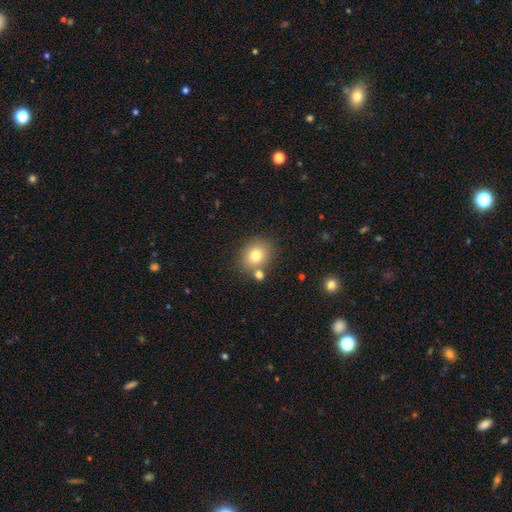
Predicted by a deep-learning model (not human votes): Overall: smooth (77%). How rounded: round (65%; in between 34%). Merging: none (70%).